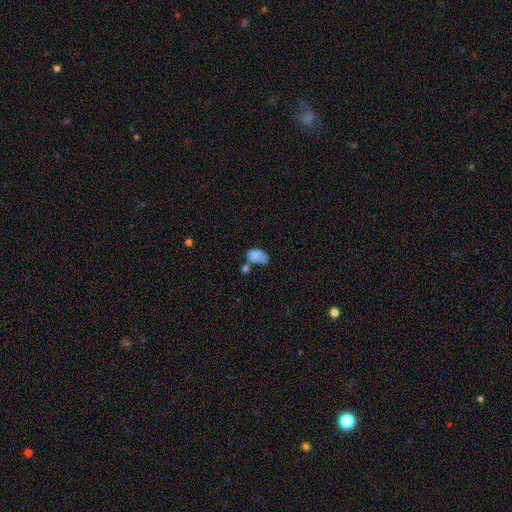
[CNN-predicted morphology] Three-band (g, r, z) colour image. It shows a smooth galaxy with no disk features (69%) that is in between round and cigar-shaped (80%). Merging: merger (41%).